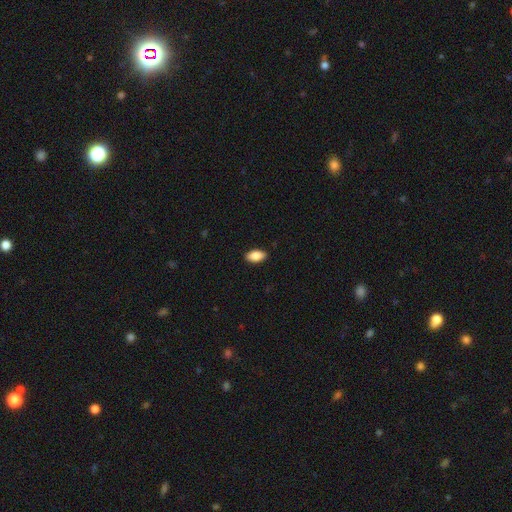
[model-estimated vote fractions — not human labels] This appears to be a smooth galaxy with no disk features (87%) that is in between round and cigar-shaped (93%). Merging: none (89%).